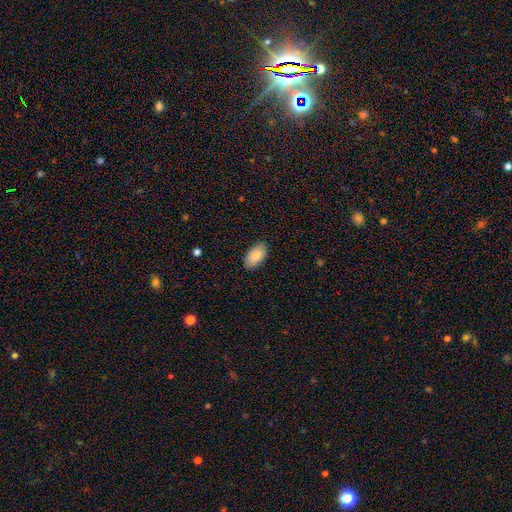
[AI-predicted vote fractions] The model was most divided on "merging": none: 86%, minor disturbance: 11%, major disturbance: 2%, merger: 1%. More confident: how rounded — in between (95%); smooth or featured — smooth (86%).